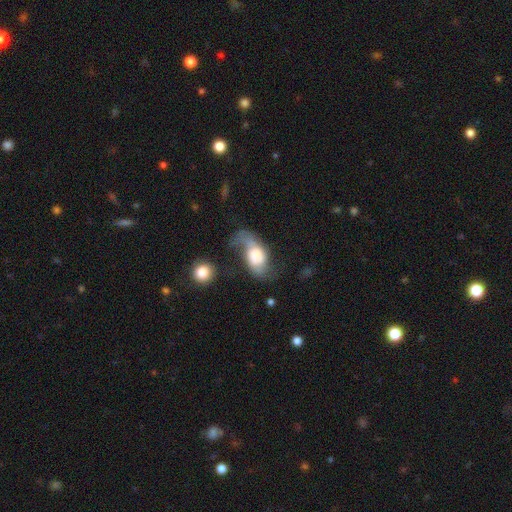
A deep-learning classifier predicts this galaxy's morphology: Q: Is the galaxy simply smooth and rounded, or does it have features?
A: featured or disk — 52%.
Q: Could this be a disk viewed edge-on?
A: no — 94%.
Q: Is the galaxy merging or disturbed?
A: major disturbance — 46%.